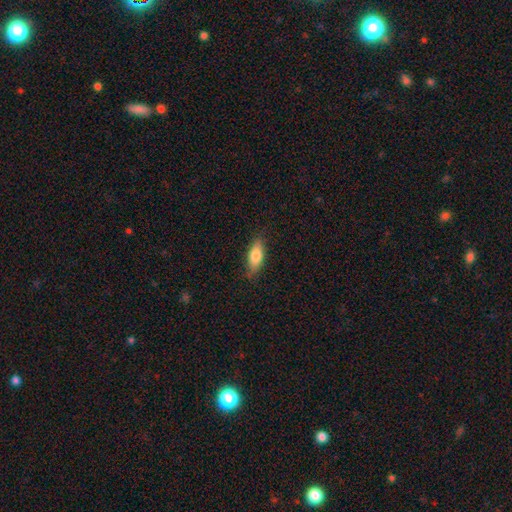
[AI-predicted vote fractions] Morphology: type=smooth (77%); roundness=in between (74%); merging=none (80%).